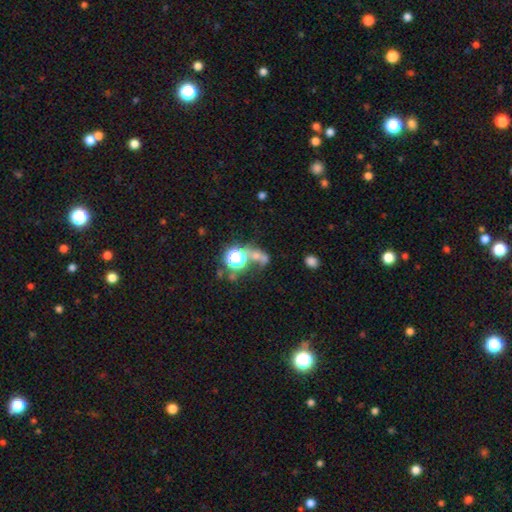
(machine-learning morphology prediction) This appears to be a smooth galaxy with no disk features (45%). Merging: merger (39%).